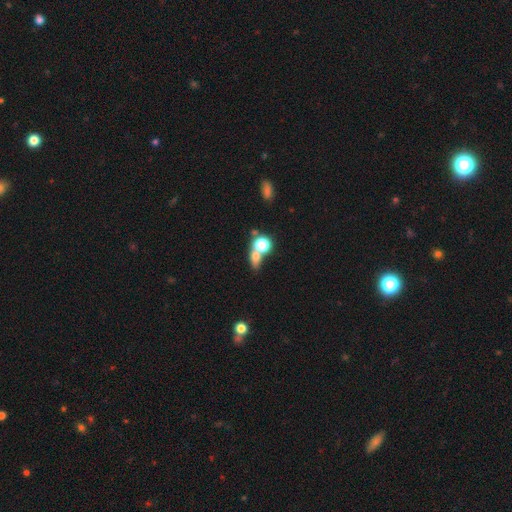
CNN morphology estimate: type=smooth (68%); roundness=round (51%); merging=merger (48%).